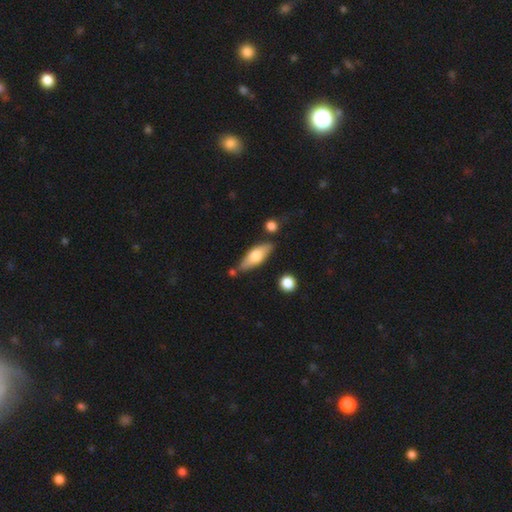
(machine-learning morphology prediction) type=smooth (60%); roundness=in between (61%); merging=none (72%).